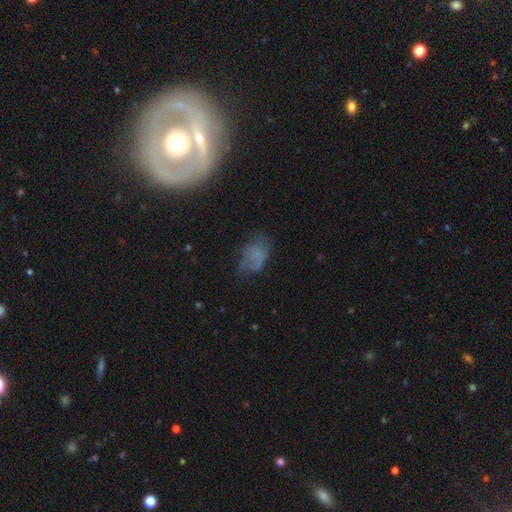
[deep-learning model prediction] A smooth galaxy with no disk features (60%) that is in between round and cigar-shaped (83%).

Vote fractions:
- Smooth or featured? smooth: 60% / featured or disk: 24% / star or artifact: 16%
- How rounded? in between: 83% / round: 15% / cigar-shaped: 2%
- Merging? none: 46% / minor disturbance: 28% / major disturbance: 22% / merger: 4%